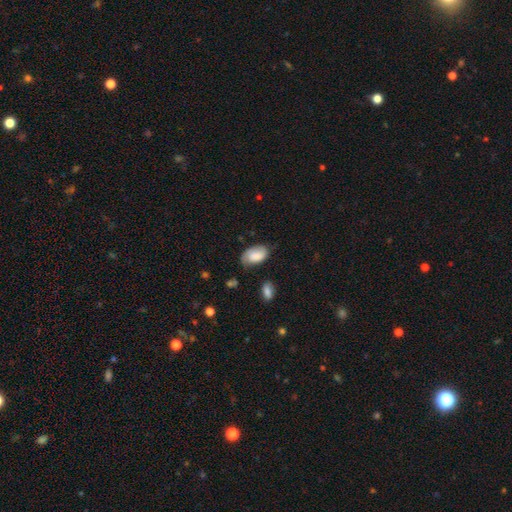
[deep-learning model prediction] This is likely a smooth galaxy (79%). How rounded: clearly in between (92%). Merging: likely none (62%).